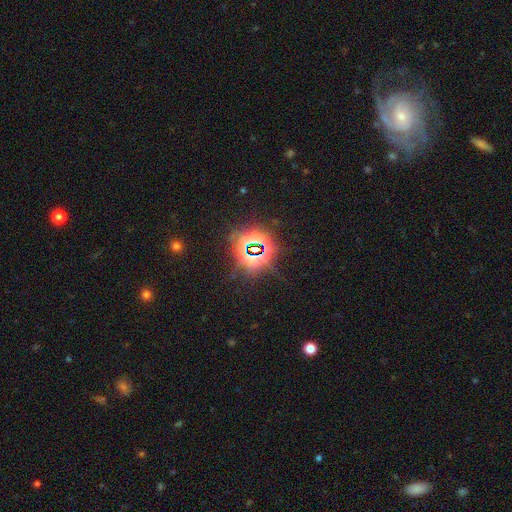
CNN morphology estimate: Smooth or featured? Predicted: star or artifact (p=0.82).